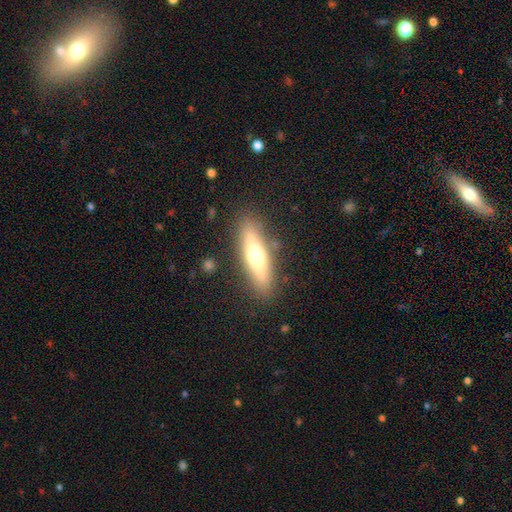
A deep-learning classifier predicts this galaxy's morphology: A smooth galaxy with no disk features (53%) that is cigar-shaped (69%).

Vote fractions:
- Smooth or featured? smooth: 53% / featured or disk: 41% / star or artifact: 7%
- How rounded? cigar-shaped: 69% / in between: 29% / round: 2%
- Merging? none: 85% / minor disturbance: 10% / major disturbance: 3% / merger: 2%